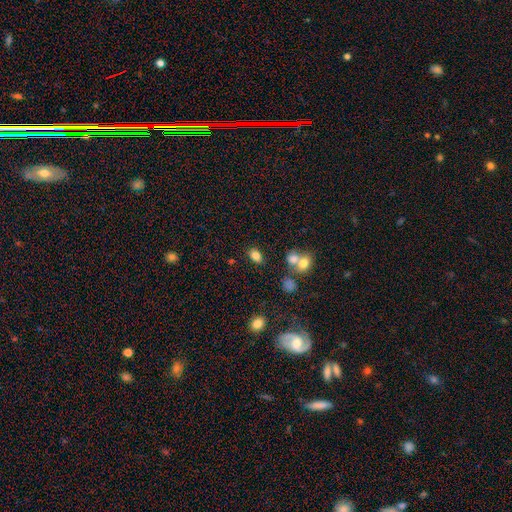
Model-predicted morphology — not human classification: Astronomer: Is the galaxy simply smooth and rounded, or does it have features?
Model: smooth — 81%.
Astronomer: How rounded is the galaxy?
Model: in between — 80%.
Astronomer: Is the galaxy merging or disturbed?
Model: none — 76%.